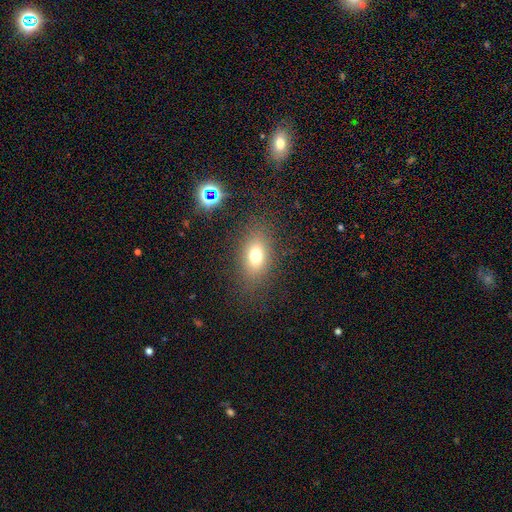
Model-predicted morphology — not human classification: Smooth or featured? smooth (71%)
How rounded? in between (77%)
Merging? none (82%)